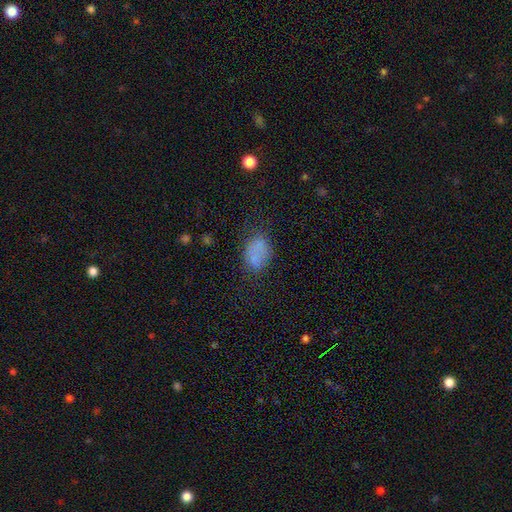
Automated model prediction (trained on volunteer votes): smooth 73%, featured or disk 15%, star or artifact 13%. Down the decision tree: how rounded — in between (79%); merging — none (61%).